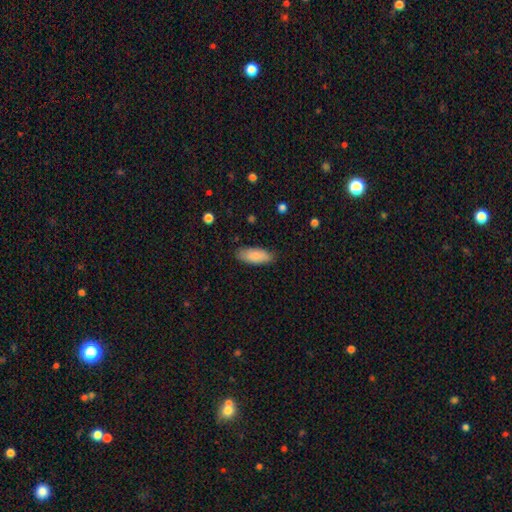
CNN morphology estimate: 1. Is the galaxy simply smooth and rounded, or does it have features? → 84% smooth, 10% featured or disk, 6% star or artifact.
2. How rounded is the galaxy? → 81% in between, 17% cigar-shaped, 2% round.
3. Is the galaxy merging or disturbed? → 82% none, 14% minor disturbance, 3% major disturbance, 1% merger.